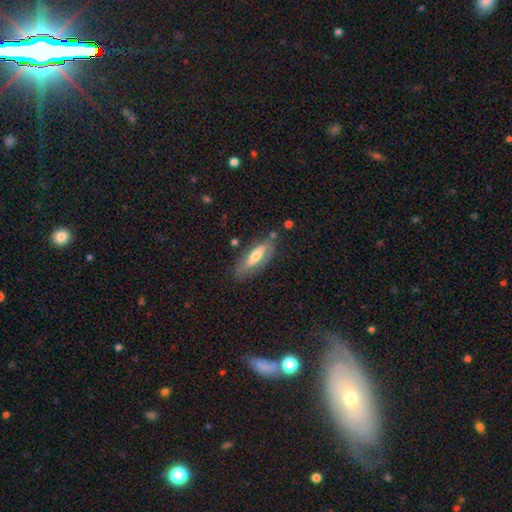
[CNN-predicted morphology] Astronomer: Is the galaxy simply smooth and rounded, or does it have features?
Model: smooth — 47%, tied with featured or disk at 47%.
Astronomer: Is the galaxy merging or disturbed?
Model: none — 72%.